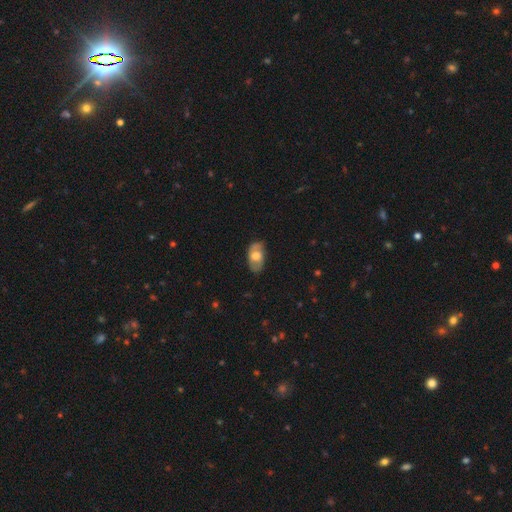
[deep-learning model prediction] Q: Smooth or featured?
A: smooth (57%); runner-up: featured or disk (37%)
Q: How rounded?
A: in between (91%); runner-up: round (7%)
Q: Merging?
A: none (74%); runner-up: minor disturbance (21%)